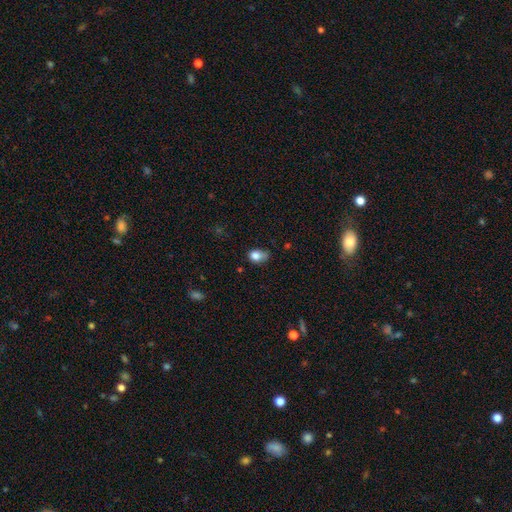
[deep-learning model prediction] Smooth or featured? smooth (81%)
How rounded? in between (67%)
Merging? minor disturbance (45%)